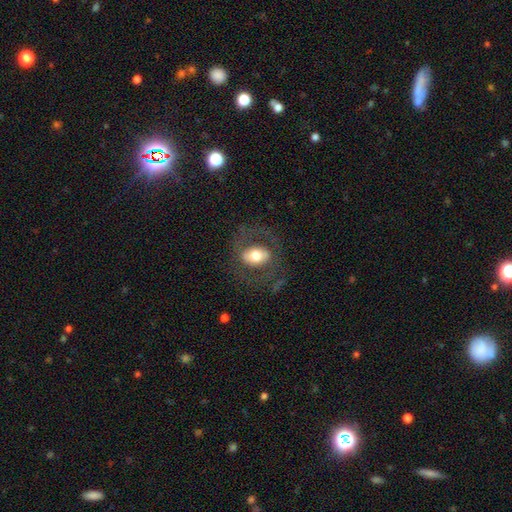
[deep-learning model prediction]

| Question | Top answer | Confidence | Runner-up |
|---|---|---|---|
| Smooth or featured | smooth | 47% | featured or disk (46%) |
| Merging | none | 67% | major disturbance (17%) |